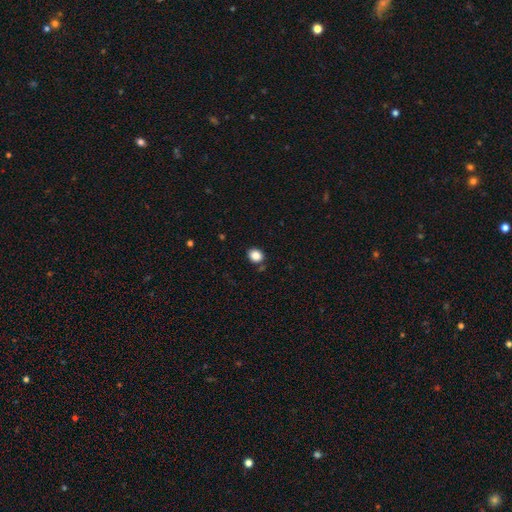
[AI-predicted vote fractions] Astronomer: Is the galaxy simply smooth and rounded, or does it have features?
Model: smooth — 86%.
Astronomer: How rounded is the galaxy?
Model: round — 61% (runner-up: in between, 38%).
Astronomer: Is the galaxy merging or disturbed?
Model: none — 83%.